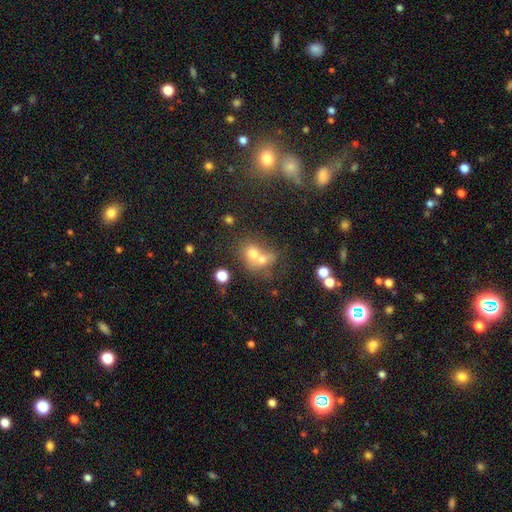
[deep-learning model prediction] Overall: smooth (65%). How rounded: round (62%; in between 37%). Merging: merger (65%).